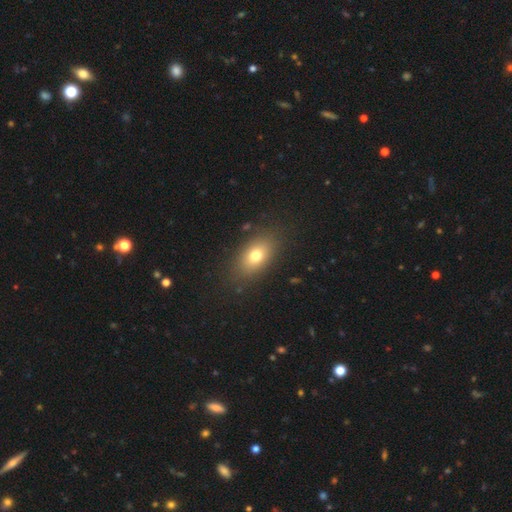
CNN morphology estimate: A smooth galaxy with no disk features (74%) that is in between round and cigar-shaped (82%). Merging: none (84%).